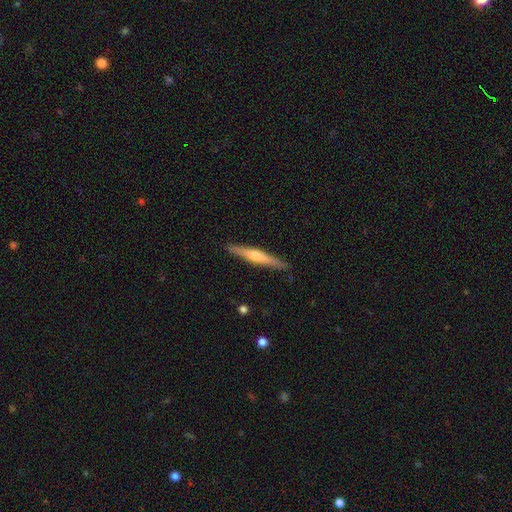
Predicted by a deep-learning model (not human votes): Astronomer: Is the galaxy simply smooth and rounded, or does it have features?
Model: featured or disk — 58% (runner-up: smooth, 36%).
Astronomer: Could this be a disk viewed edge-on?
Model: yes — 97%.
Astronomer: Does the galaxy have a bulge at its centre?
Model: rounded — 72%.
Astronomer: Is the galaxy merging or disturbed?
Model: none — 90%.